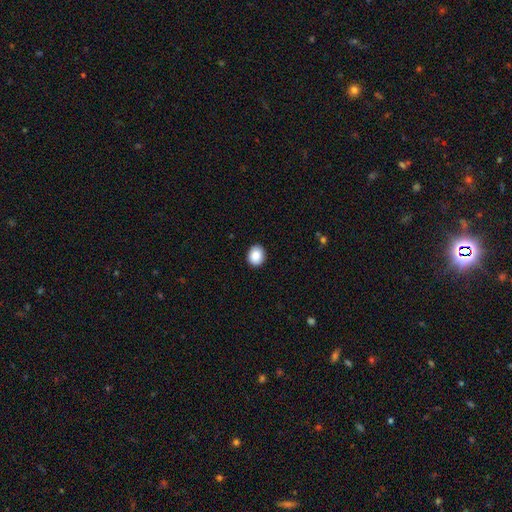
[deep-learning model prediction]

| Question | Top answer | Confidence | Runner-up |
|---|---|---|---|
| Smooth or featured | smooth | 88% | star or artifact (8%) |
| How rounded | round | 63% | in between (36%) |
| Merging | none | 89% | minor disturbance (8%) |